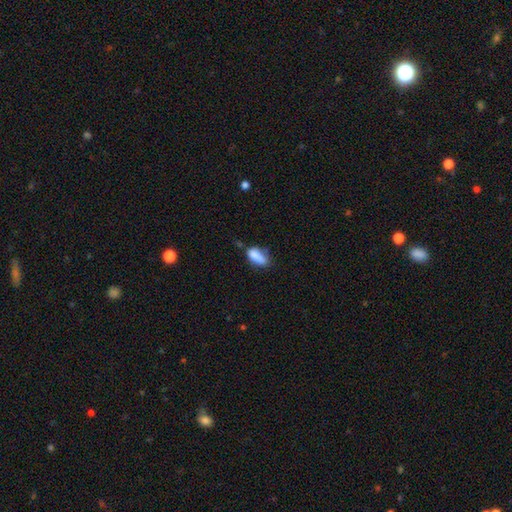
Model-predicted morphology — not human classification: A smooth galaxy with no disk features (79%) that is in between round and cigar-shaped (83%). Merging: none (41%).